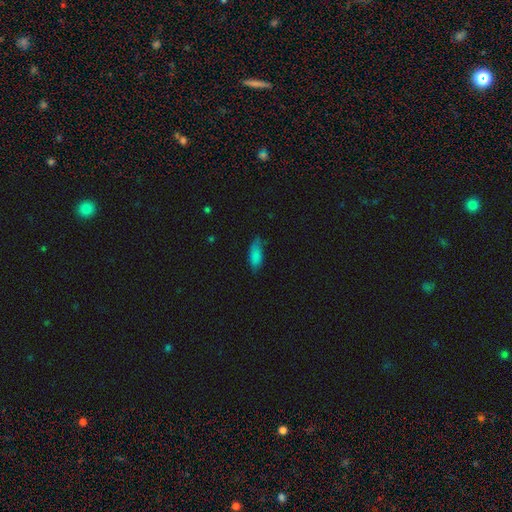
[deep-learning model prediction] Overall: smooth (82%). How rounded: in between (77%). Merging: none (60%; minor disturbance 31%).